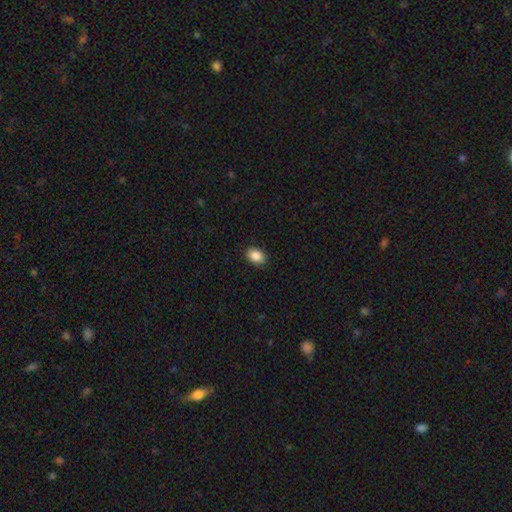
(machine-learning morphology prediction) Overall: smooth (89%). How rounded: in between (75%). Merging: none (88%).